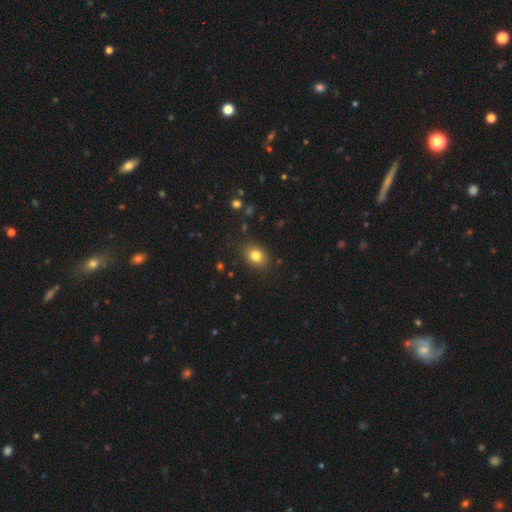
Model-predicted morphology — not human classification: Smooth or featured?
  - smooth: 81% *
  - star or artifact: 11%
  - featured or disk: 8%
How rounded?
  - in between: 62% *
  - round: 37%
  - cigar-shaped: 1%
Merging?
  - none: 86% *
  - minor disturbance: 10%
  - major disturbance: 3%
  - merger: 1%